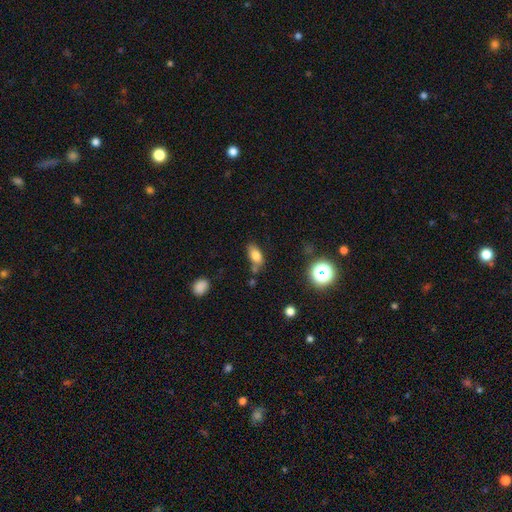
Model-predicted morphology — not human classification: A smooth galaxy with no disk features (78%) that is in between round and cigar-shaped (87%).

Vote fractions:
- Smooth or featured? smooth: 78% / star or artifact: 11% / featured or disk: 11%
- How rounded? in between: 87% / round: 8% / cigar-shaped: 5%
- Merging? none: 59% / minor disturbance: 21% / merger: 14% / major disturbance: 6%